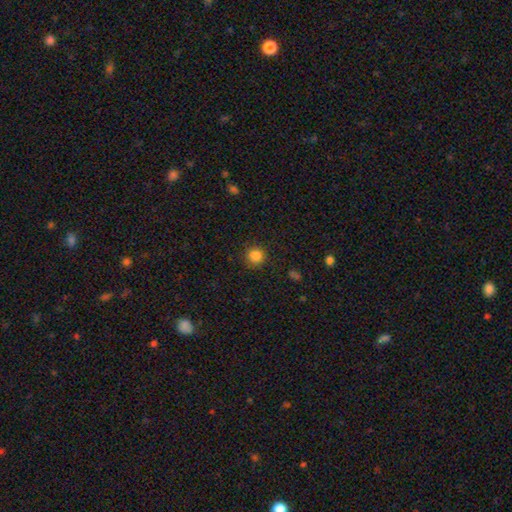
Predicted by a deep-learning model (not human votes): Smooth or featured?
  - smooth: 84% *
  - star or artifact: 12%
  - featured or disk: 4%
How rounded?
  - round: 92% *
  - in between: 7%
  - cigar-shaped: 1%
Merging?
  - none: 86% *
  - minor disturbance: 10%
  - major disturbance: 3%
  - merger: 1%